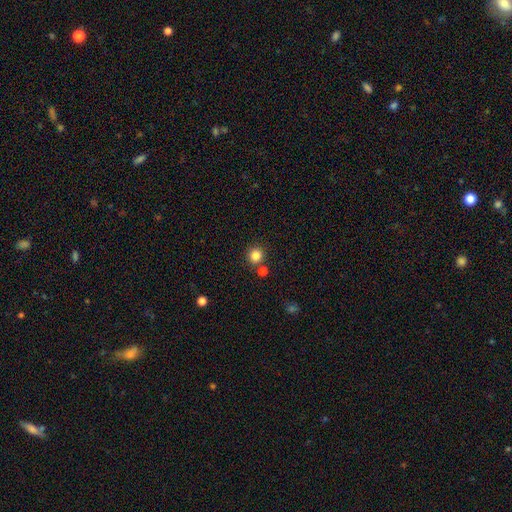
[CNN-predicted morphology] Smooth or featured? Predicted: smooth (p=0.84). How rounded? Predicted: round (p=0.93). Merging? Predicted: none (p=0.80).